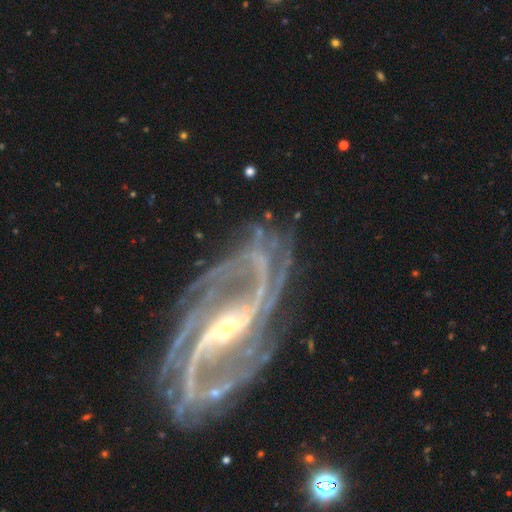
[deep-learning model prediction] This is clearly a featured or disk galaxy (93%). It is clearly not viewed edge-on (97%). Bar: possibly strong (51%). Spiral arm pattern: clearly yes (98%). Spiral arm count: likely 2 (65%). Spiral winding: possibly medium (48%). Central bulge: likely small (63%). Merging: likely none (67%).